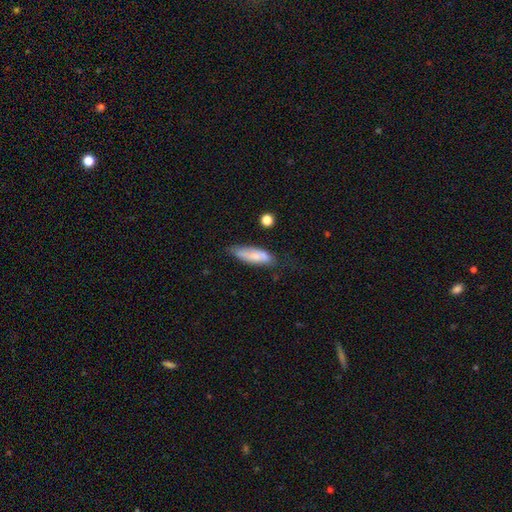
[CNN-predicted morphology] type=smooth (71%); roundness=in between (50%); merging=none (57%).